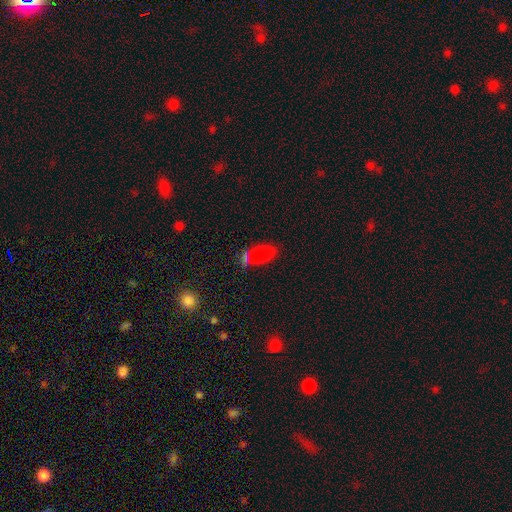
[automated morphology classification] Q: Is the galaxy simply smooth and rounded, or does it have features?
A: smooth — 78%.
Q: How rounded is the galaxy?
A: in between — 89%.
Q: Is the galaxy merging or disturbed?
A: none — 52%.